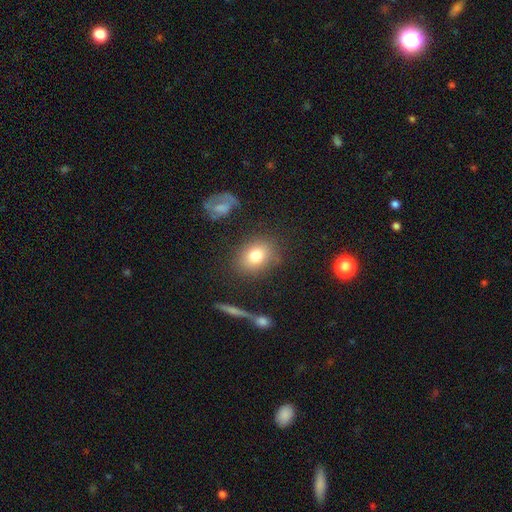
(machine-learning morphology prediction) This appears to be a smooth galaxy with no disk features (79%) that is round (50%). Merging: none (80%).